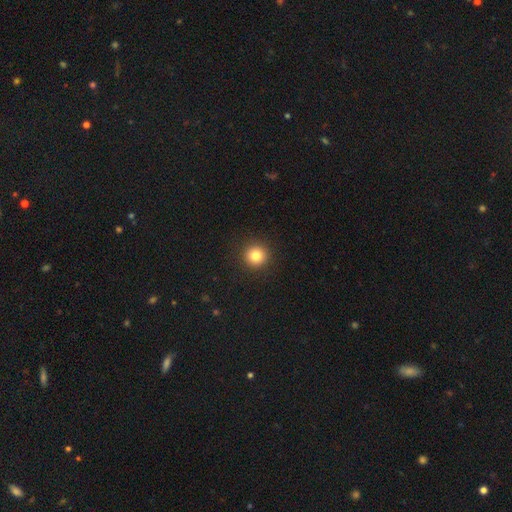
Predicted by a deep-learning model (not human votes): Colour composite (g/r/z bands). It shows a smooth galaxy with no disk features (82%) that is round (95%). Merging: none (93%).